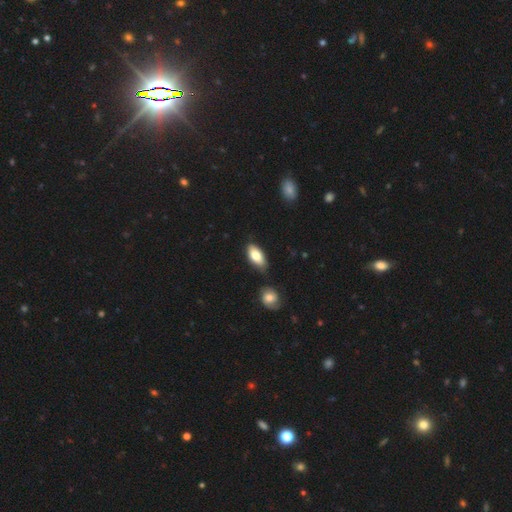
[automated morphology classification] smooth 79%, featured or disk 15%, star or artifact 6%. Down the decision tree: how rounded — in between (91%); merging — none (74%).